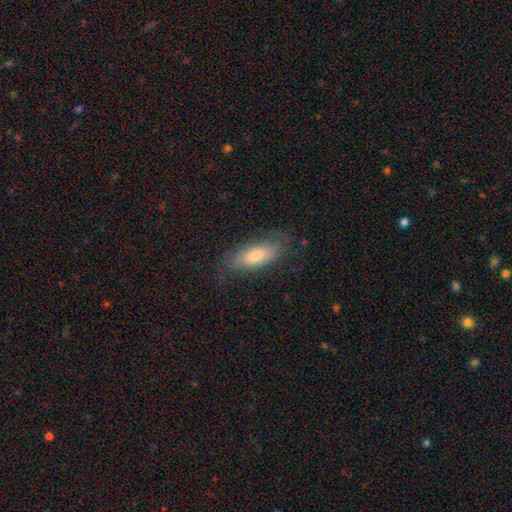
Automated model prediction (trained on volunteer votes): smooth_or_featured: smooth (p=0.62) [alt: featured or disk p=0.31]
how_rounded: in between (p=0.72) [alt: cigar-shaped p=0.25]
merging: none (p=0.70) [alt: minor disturbance p=0.20]